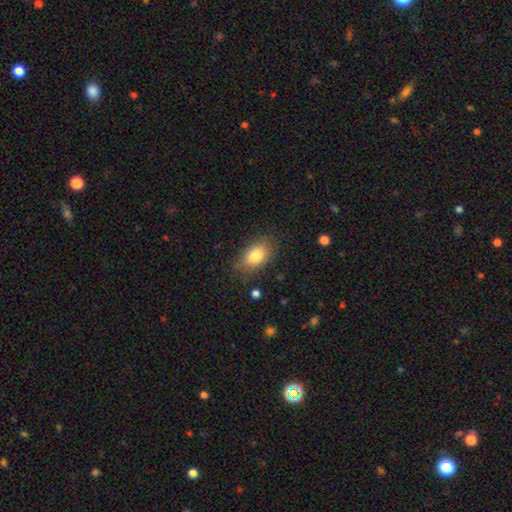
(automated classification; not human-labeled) Smooth or featured?
  - smooth: 80% *
  - featured or disk: 12%
  - star or artifact: 8%
How rounded?
  - in between: 87% *
  - round: 11%
  - cigar-shaped: 2%
Merging?
  - none: 77% *
  - minor disturbance: 17%
  - major disturbance: 5%
  - merger: 2%